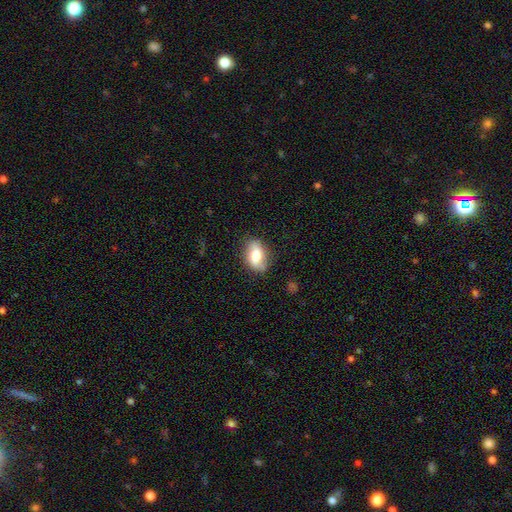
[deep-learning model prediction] A smooth galaxy with no disk features (71%) that is in between round and cigar-shaped (85%).

Vote fractions:
- Smooth or featured? smooth: 71% / featured or disk: 22% / star or artifact: 7%
- How rounded? in between: 85% / round: 11% / cigar-shaped: 4%
- Merging? none: 75% / minor disturbance: 19% / major disturbance: 5% / merger: 2%